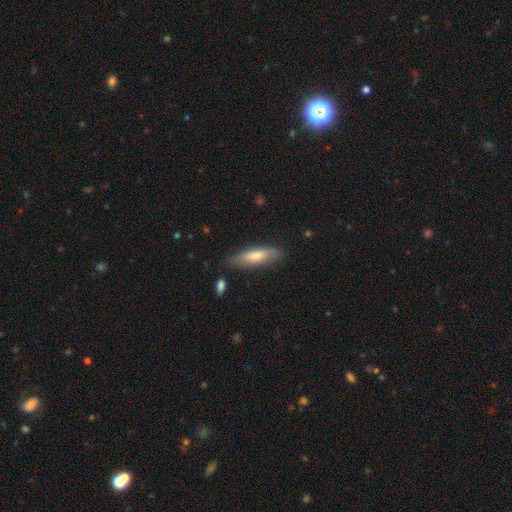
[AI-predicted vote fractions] smooth-or-featured: smooth: 68% | featured or disk: 25% | star or artifact: 6%
  how-rounded: cigar-shaped: 57% | in between: 42% | round: 2%
  merging: none: 81% | minor disturbance: 14% | major disturbance: 3% | merger: 2%